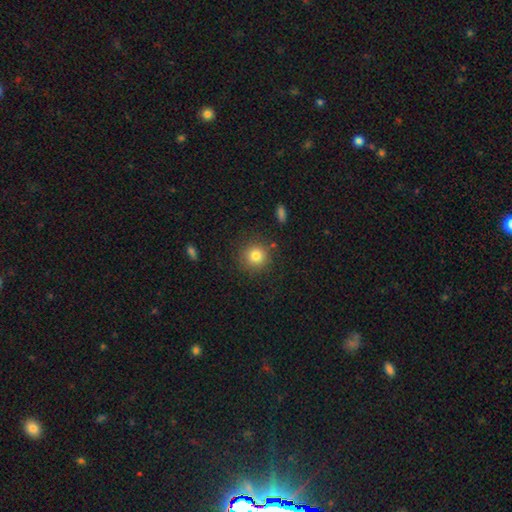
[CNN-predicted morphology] This is clearly a smooth galaxy (82%). How rounded: clearly round (93%). Merging: clearly none (86%).